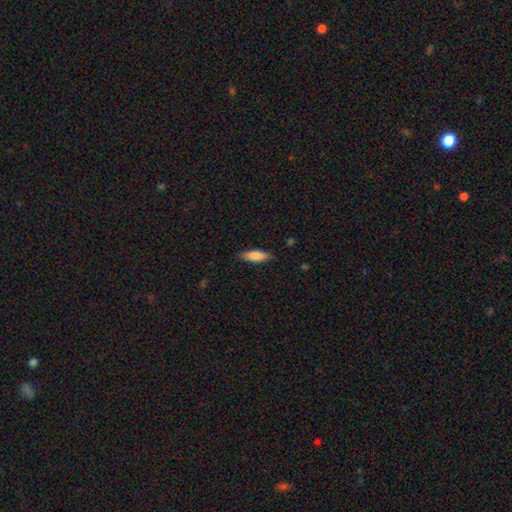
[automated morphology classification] This is likely a smooth galaxy (80%). How rounded: possibly cigar-shaped (50%). Merging: clearly none (85%).